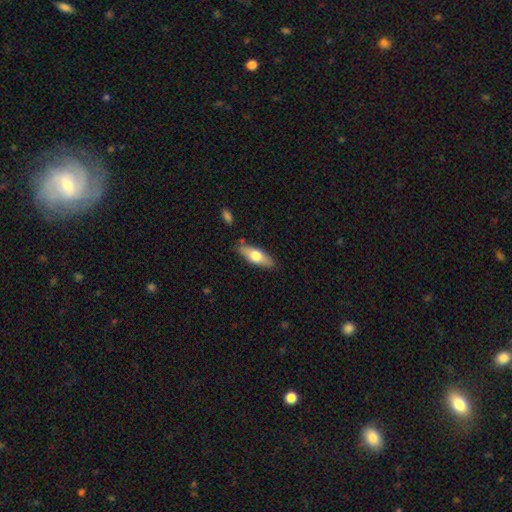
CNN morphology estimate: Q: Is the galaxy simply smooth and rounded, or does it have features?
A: smooth — 59%.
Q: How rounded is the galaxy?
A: in between — 60%.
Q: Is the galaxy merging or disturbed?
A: none — 83%.